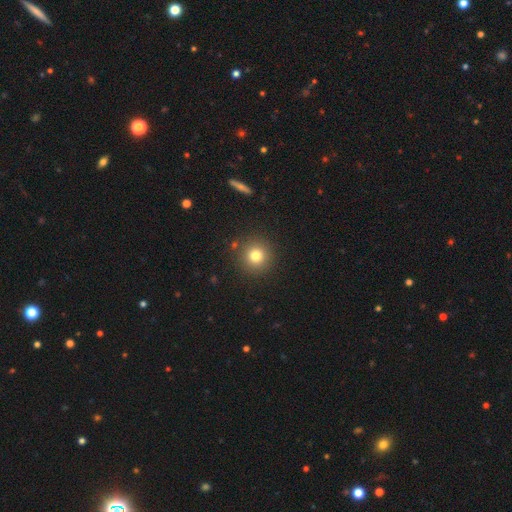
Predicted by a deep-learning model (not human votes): Overall: smooth (79%). How rounded: round (94%). Merging: none (88%).